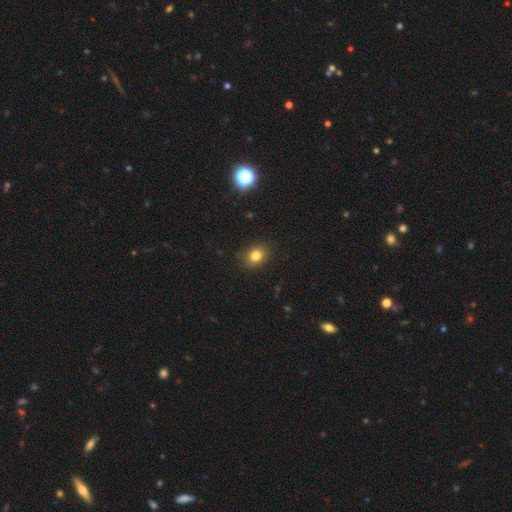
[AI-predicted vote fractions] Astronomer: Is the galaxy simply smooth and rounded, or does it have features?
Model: smooth — 81%.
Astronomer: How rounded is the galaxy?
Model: round — 56% (runner-up: in between, 43%).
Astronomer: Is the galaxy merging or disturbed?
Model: none — 87%.